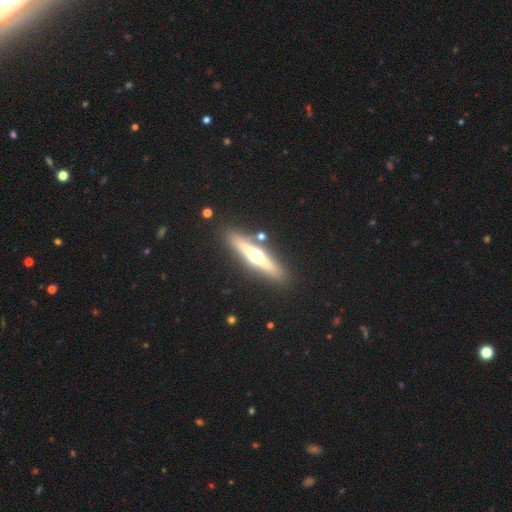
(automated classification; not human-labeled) featured or disk 68%, smooth 25%, star or artifact 7%. Down the decision tree: edge-on disk — yes (94%); edge-on bulge — rounded (95%); merging — none (85%).